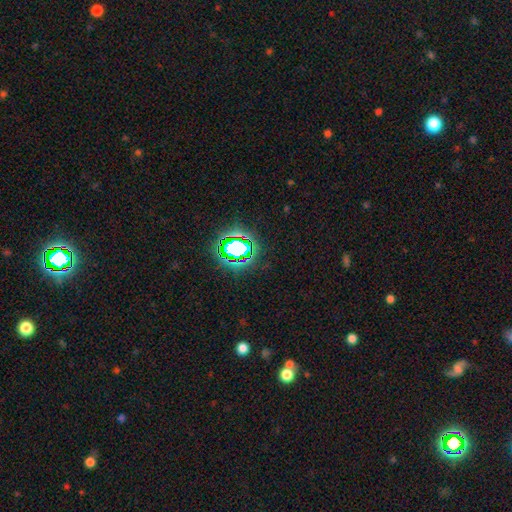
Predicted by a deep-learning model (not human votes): The model was most divided on "smooth or featured": star or artifact: 78%, smooth: 14%, featured or disk: 8%.